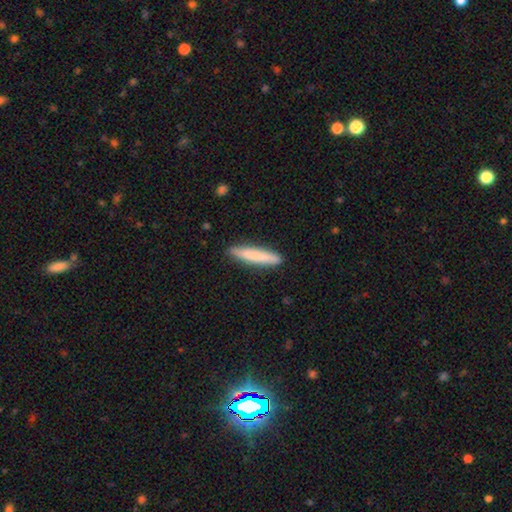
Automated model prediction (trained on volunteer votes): smooth-or-featured: smooth: 76% | featured or disk: 18% | star or artifact: 5%
  how-rounded: cigar-shaped: 91% | in between: 8% | round: 1%
  merging: none: 89% | minor disturbance: 8% | major disturbance: 2% | merger: 1%